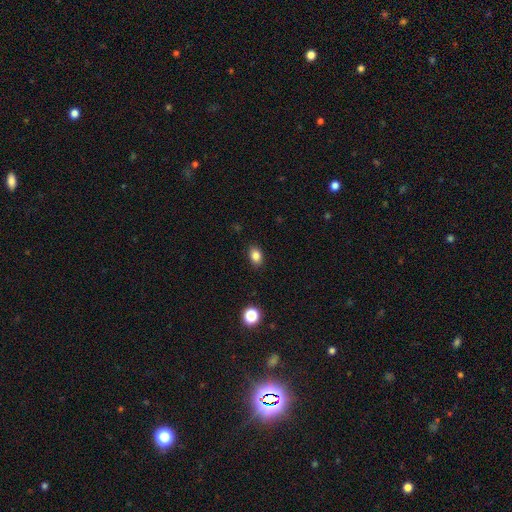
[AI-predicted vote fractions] The model was most divided on "how rounded": in between: 75%, round: 24%, cigar-shaped: 1%. More confident: merging — none (88%); smooth or featured — smooth (84%).